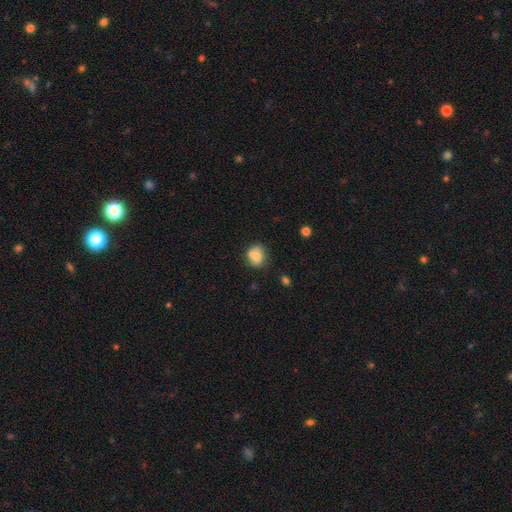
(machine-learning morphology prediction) Q: Smooth or featured?
A: smooth (68%); runner-up: featured or disk (22%)
Q: How rounded?
A: round (66%); runner-up: in between (33%)
Q: Merging?
A: none (55%); runner-up: minor disturbance (21%)